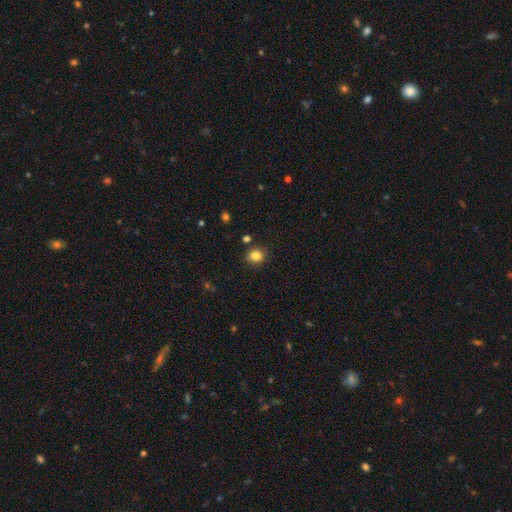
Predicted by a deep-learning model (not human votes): smooth_or_featured: smooth (p=0.83) [alt: star or artifact p=0.12]
how_rounded: round (p=0.70) [alt: in between p=0.29]
merging: none (p=0.84) [alt: minor disturbance p=0.09]